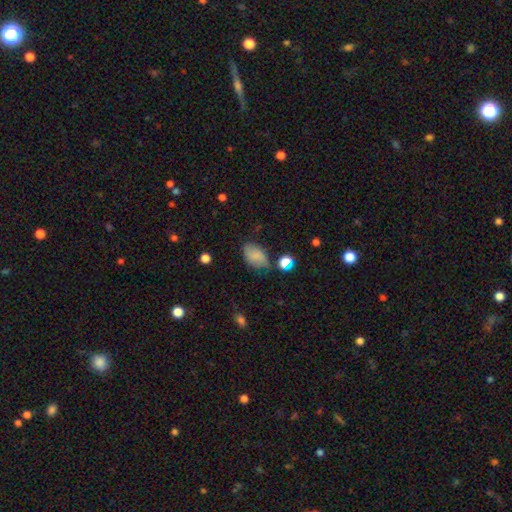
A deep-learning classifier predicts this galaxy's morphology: Overall: smooth (75%). How rounded: in between (89%). Merging: none (63%; minor disturbance 26%).